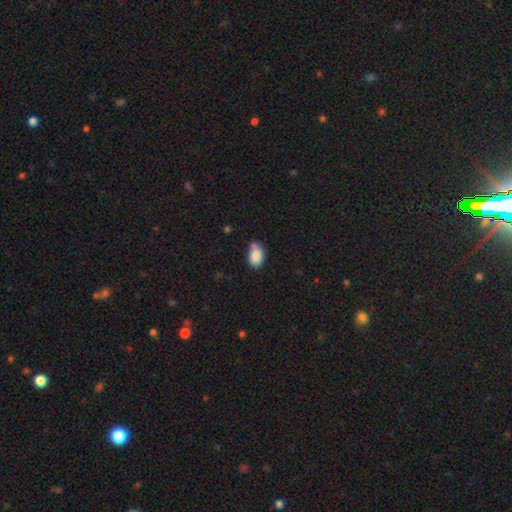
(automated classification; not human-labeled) Smooth or featured? smooth (86%)
How rounded? in between (87%)
Merging? none (54%)